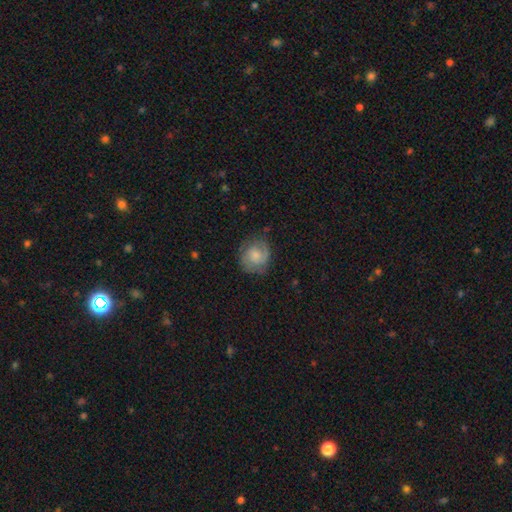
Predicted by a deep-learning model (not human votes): Q: Smooth or featured?
A: featured or disk (52%); runner-up: smooth (41%)
Q: Edge-on disk?
A: no (98%); runner-up: yes (2%)
Q: Bar?
A: no (66%); runner-up: weak (30%)
Q: Spiral arms?
A: yes (86%); runner-up: no (14%)
Q: Bulge size?
A: moderate (39%); runner-up: small (34%)
Q: Merging?
A: none (72%); runner-up: minor disturbance (20%)